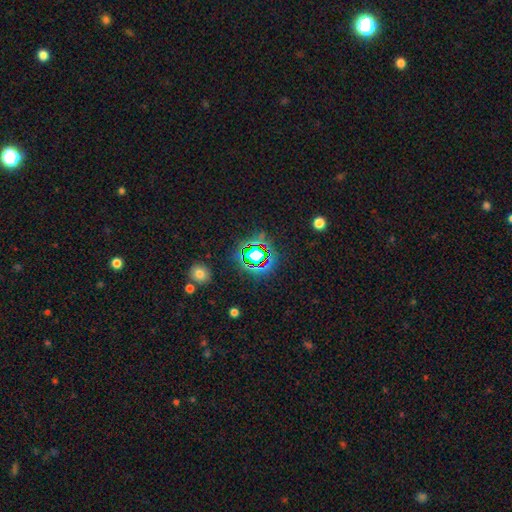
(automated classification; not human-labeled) A star or artifact, not a galaxy (70%).